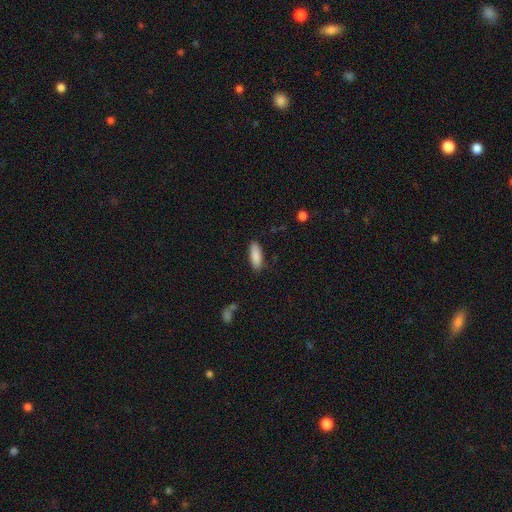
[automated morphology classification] Smooth or featured? Predicted: smooth (p=0.89). How rounded? Predicted: in between (p=0.71). Merging? Predicted: none (p=0.85).